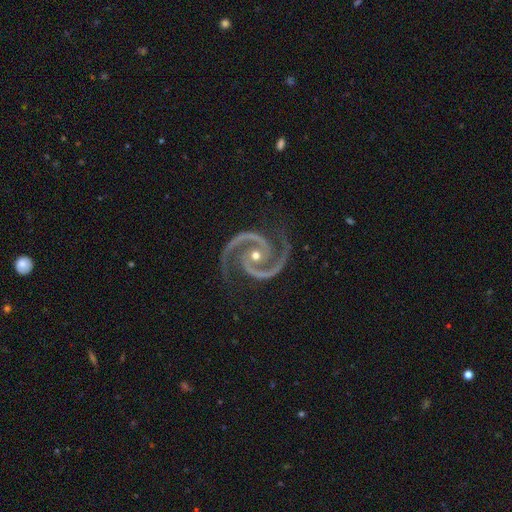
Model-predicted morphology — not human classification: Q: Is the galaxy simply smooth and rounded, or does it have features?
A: featured or disk — 95%.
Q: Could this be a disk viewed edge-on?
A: no — 98%.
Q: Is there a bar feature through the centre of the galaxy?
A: no — 64%.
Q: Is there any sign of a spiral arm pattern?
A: yes — 99%.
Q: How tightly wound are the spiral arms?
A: medium — 52%.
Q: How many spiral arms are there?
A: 2 — 93%.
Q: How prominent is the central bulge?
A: moderate — 54%.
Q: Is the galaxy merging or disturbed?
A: none — 80%.